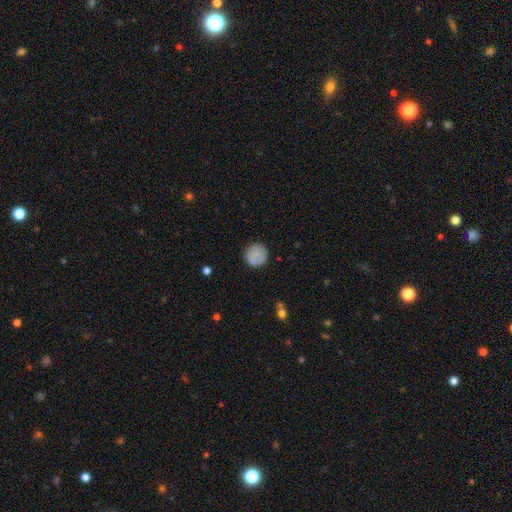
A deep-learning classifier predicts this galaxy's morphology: smooth_or_featured: smooth (p=0.81) [alt: featured or disk p=0.10]
how_rounded: round (p=0.94) [alt: in between p=0.05]
merging: none (p=0.83) [alt: minor disturbance p=0.12]